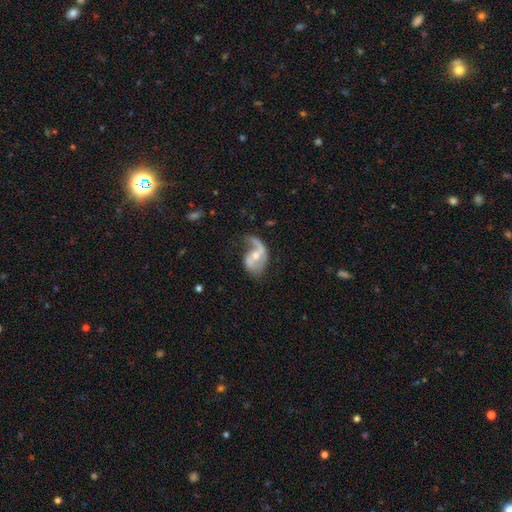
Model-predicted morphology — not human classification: This appears to be a featured or disk galaxy (82%) with no bar (42%), 2 (59%) loose (59%) spiral arms (91%) and a moderate central bulge (54%). Merging: none (40%).